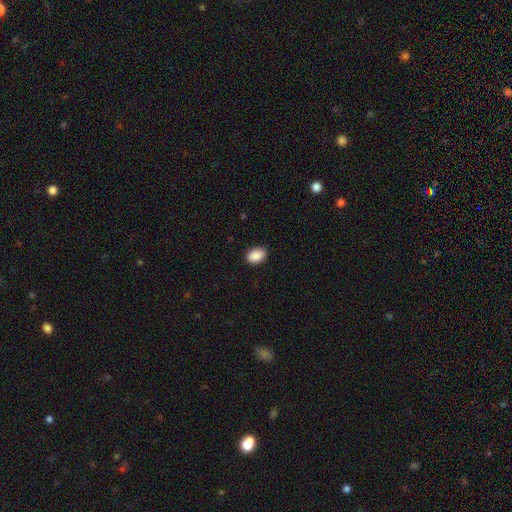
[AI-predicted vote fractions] Morphology: type=smooth (90%); roundness=in between (84%); merging=none (88%).